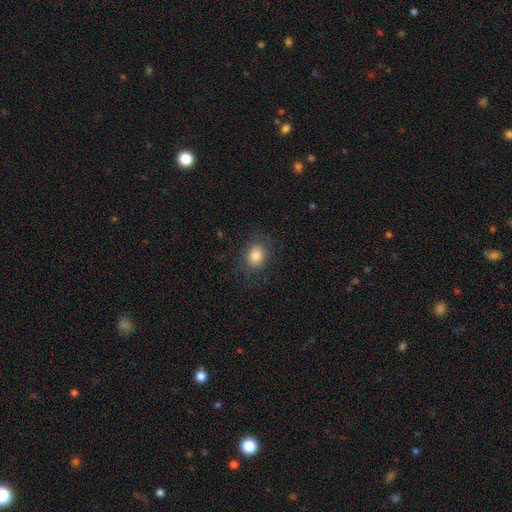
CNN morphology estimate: smooth-or-featured: smooth: 83% | star or artifact: 10% | featured or disk: 7%
  how-rounded: round: 50% | in between: 49% | cigar-shaped: 1%
  merging: none: 82% | minor disturbance: 12% | major disturbance: 5% | merger: 1%